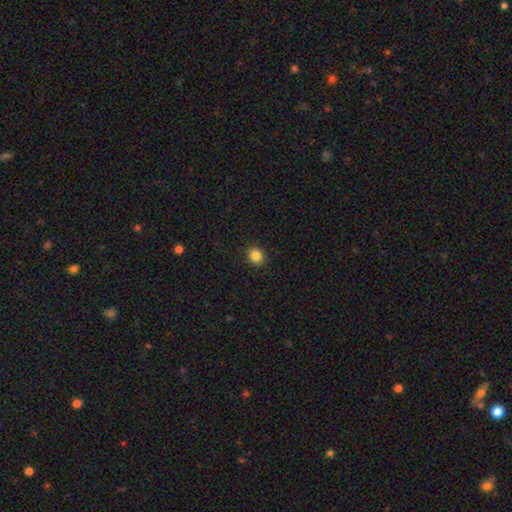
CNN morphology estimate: smooth_or_featured: smooth (p=0.85) [alt: star or artifact p=0.11]
how_rounded: round (p=0.73) [alt: in between p=0.26]
merging: none (p=0.91) [alt: minor disturbance p=0.06]